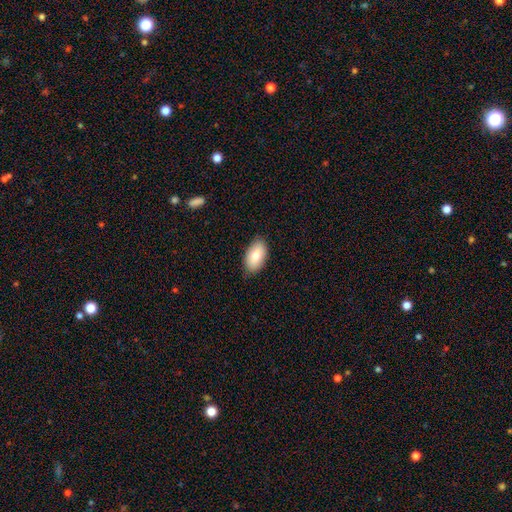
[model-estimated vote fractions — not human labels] smooth 81%, featured or disk 13%, star or artifact 6%. Down the decision tree: how rounded — in between (95%); merging — none (84%).